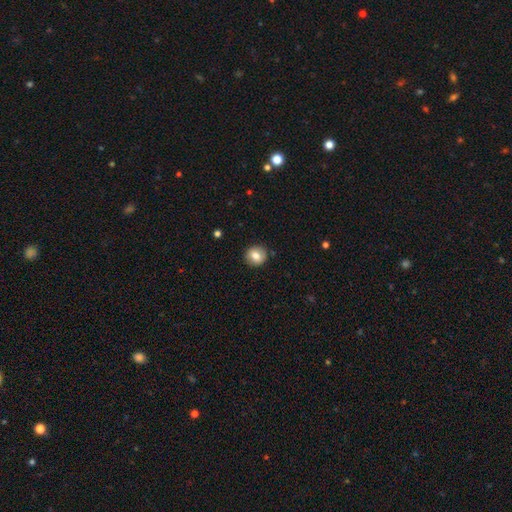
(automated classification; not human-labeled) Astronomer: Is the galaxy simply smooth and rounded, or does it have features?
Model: smooth — 79%.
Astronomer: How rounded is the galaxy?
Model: round — 86%.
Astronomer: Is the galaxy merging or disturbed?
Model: none — 89%.